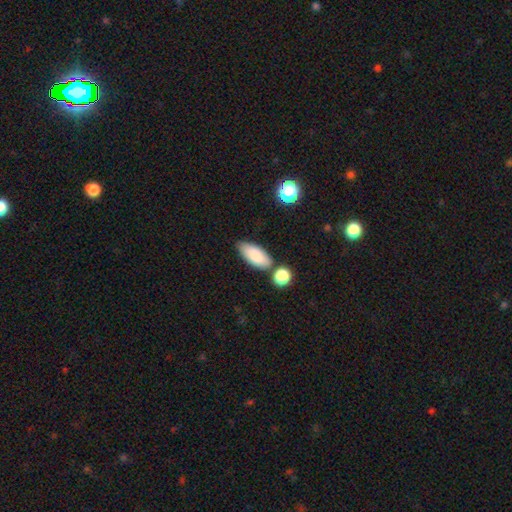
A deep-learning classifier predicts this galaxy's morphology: smooth_or_featured: smooth (p=0.84) [alt: featured or disk p=0.09]
how_rounded: in between (p=0.85) [alt: cigar-shaped p=0.13]
merging: none (p=0.65) [alt: minor disturbance p=0.17]